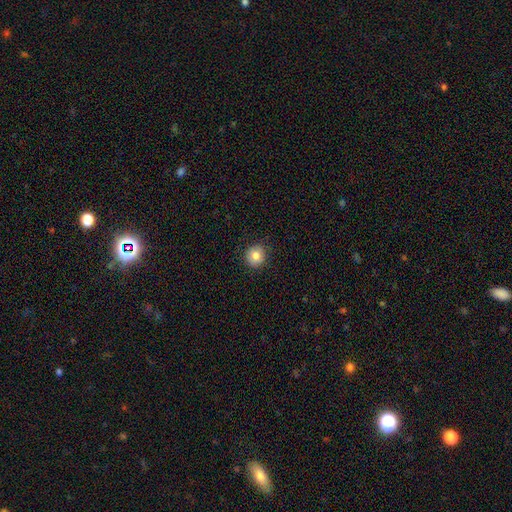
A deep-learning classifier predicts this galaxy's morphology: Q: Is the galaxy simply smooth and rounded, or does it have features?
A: smooth — 81%.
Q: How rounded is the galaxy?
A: round — 90%.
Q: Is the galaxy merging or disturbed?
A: none — 89%.